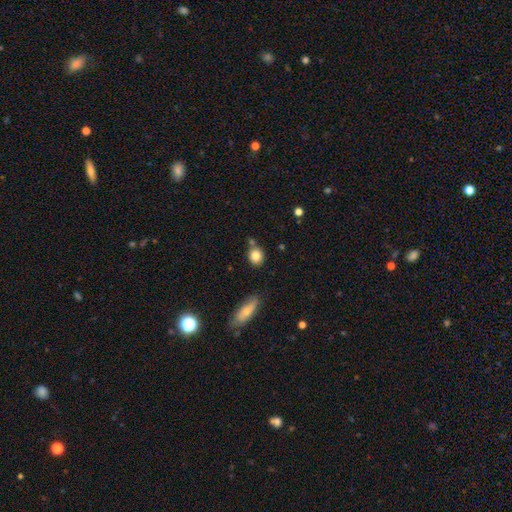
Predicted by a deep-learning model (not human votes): Morphology: type=smooth (82%); roundness=round (70%); merging=none (70%).